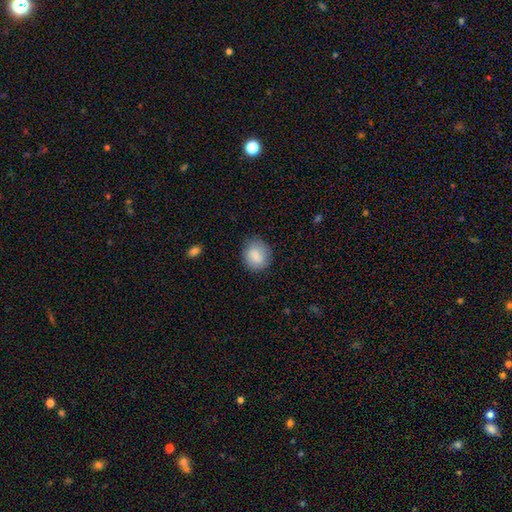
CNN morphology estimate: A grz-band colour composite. It shows a smooth galaxy with no disk features (84%) that is round (72%). Merging: none (81%).